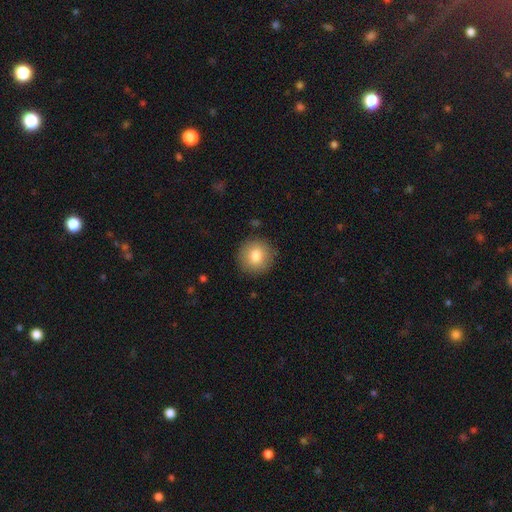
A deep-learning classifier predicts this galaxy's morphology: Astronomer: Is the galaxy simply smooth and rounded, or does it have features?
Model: smooth — 82%.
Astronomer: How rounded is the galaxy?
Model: round — 93%.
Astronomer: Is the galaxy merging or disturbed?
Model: none — 88%.